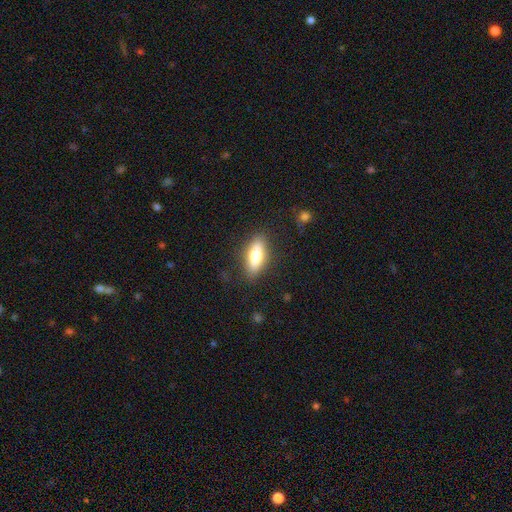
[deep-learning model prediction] Overall: smooth (72%). How rounded: in between (69%). Merging: none (85%).